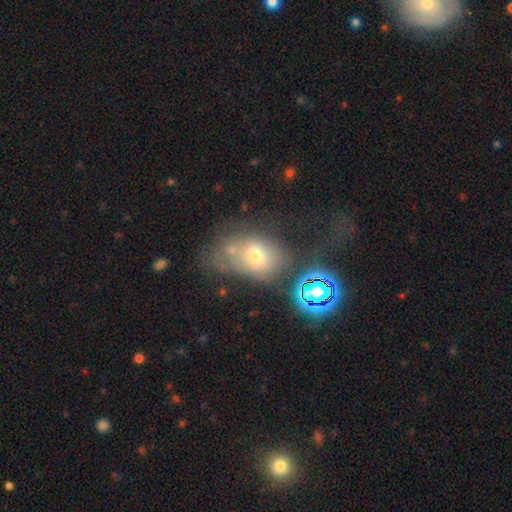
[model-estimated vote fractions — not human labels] This is likely a smooth galaxy (64%). How rounded: likely in between (71%). Merging: marginally none (43%).